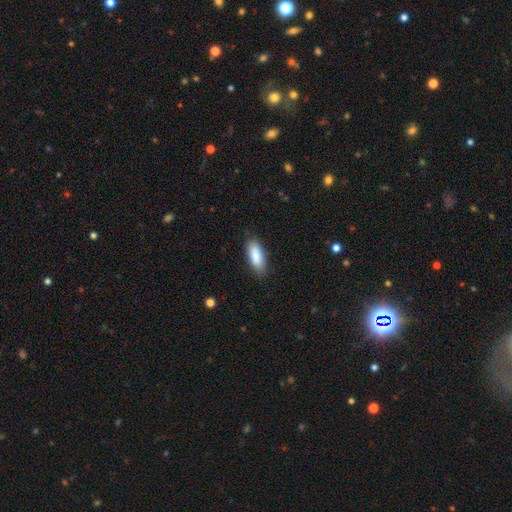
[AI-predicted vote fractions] Smooth or featured: smooth — 88% (featured or disk — 6%)
How rounded: in between — 77% (cigar-shaped — 22%)
Merging: none — 84% (minor disturbance — 12%)